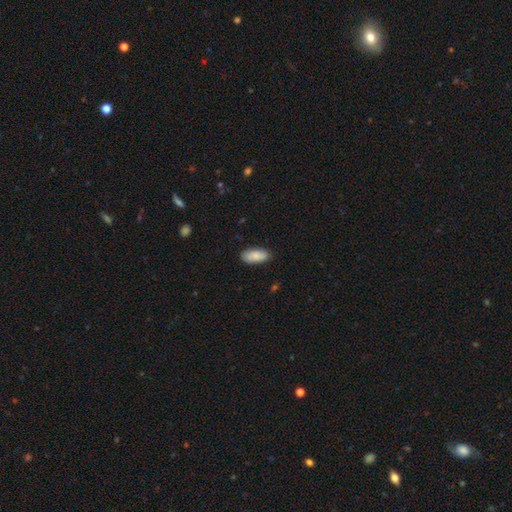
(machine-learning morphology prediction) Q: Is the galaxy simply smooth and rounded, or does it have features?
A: smooth — 87%.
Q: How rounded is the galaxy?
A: in between — 89%.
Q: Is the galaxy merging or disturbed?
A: none — 83%.